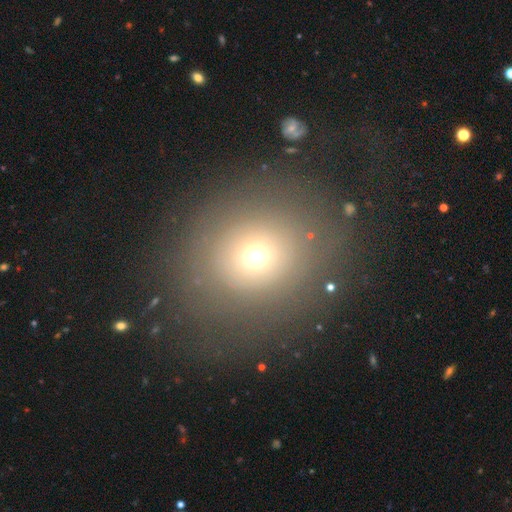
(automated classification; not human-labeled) Smooth or featured: smooth — 65% (star or artifact — 19%)
How rounded: round — 81% (in between — 18%)
Merging: none — 75% (minor disturbance — 12%)